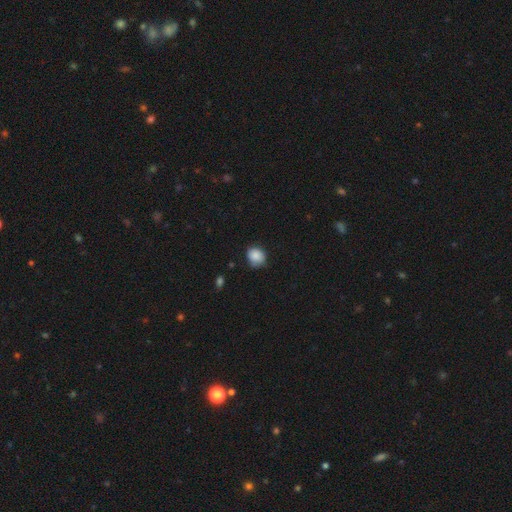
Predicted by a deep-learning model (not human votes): Morphology: type=smooth (86%); roundness=round (74%); merging=none (71%).